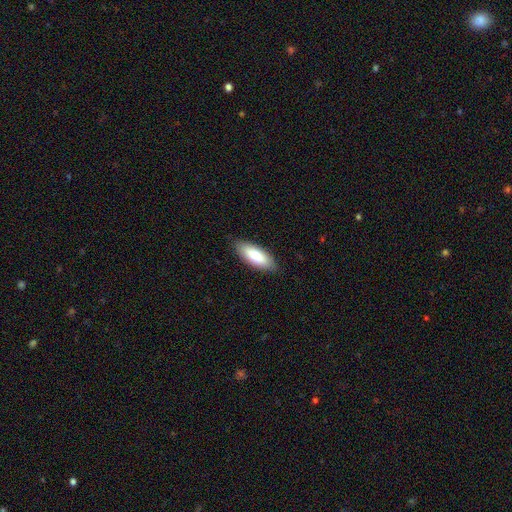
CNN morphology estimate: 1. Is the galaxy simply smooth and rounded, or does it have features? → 81% smooth, 14% featured or disk, 5% star or artifact.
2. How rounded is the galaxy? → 75% in between, 23% cigar-shaped, 2% round.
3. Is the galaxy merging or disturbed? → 87% none, 10% minor disturbance, 2% major disturbance, 1% merger.